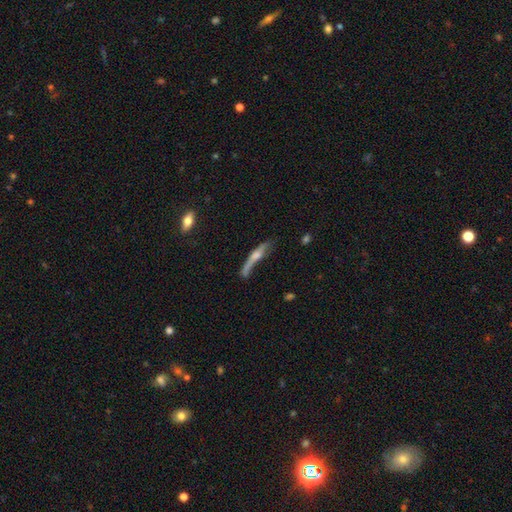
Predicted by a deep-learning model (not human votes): This appears to be a featured or disk galaxy (55%) viewed edge-on (84%). Merging: none (44%).